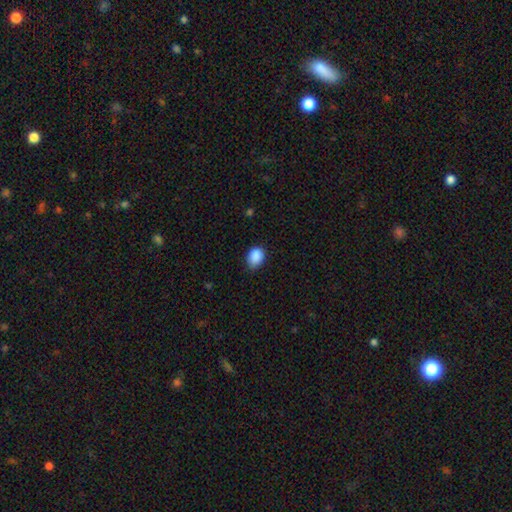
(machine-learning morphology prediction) smooth_or_featured: smooth (p=0.88) [alt: star or artifact p=0.09]
how_rounded: in between (p=0.64) [alt: round p=0.35]
merging: none (p=0.69) [alt: minor disturbance p=0.26]